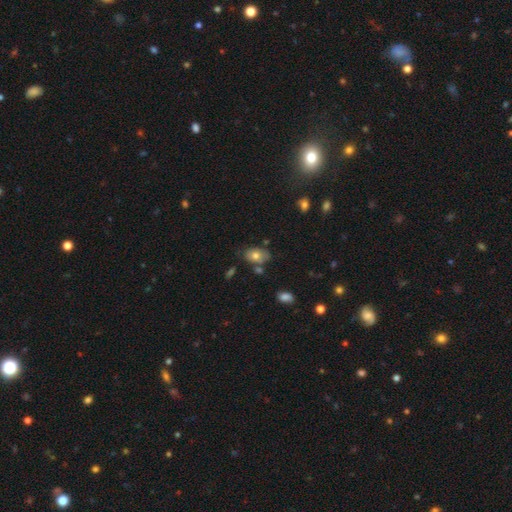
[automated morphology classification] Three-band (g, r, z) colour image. It shows a smooth galaxy with no disk features (70%) that is in between round and cigar-shaped (85%). Merging: none (65%).